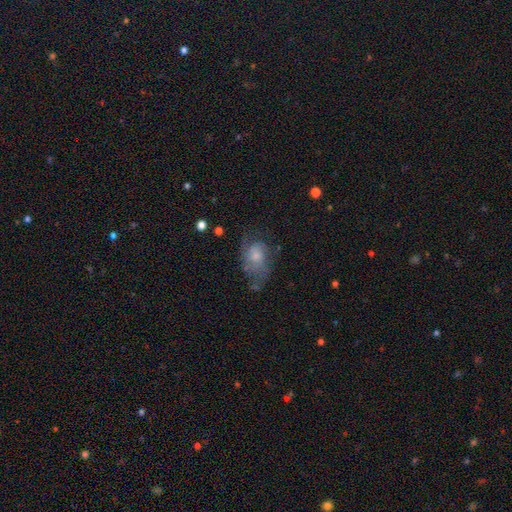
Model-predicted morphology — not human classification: Overall: smooth (47%; featured or disk 44%). Merging: none (43%; minor disturbance 29%).